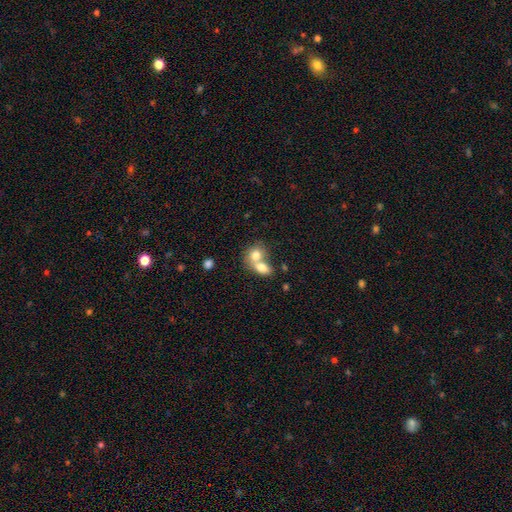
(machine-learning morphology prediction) smooth-or-featured: smooth: 75% | featured or disk: 17% | star or artifact: 8%
  how-rounded: in between: 51% | round: 48% | cigar-shaped: 1%
  merging: merger: 71% | none: 20% | minor disturbance: 5% | major disturbance: 3%